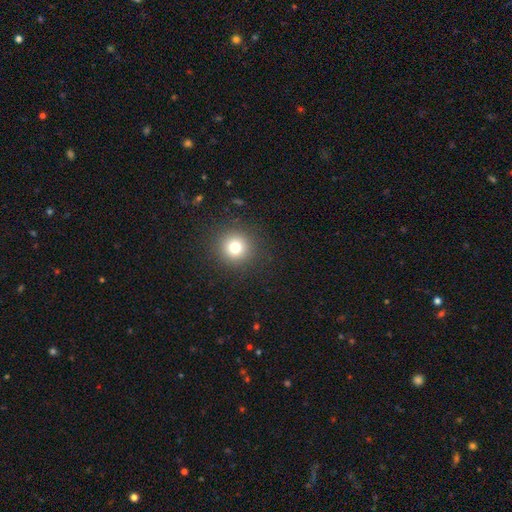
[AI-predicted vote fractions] Morphology: type=smooth (68%); roundness=round (94%); merging=none (93%).